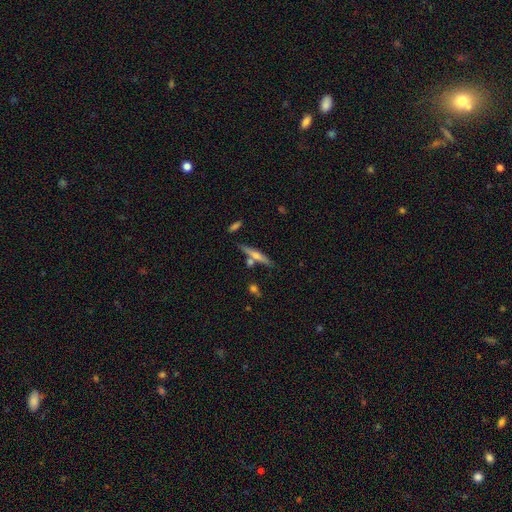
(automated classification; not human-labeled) This appears to be a featured or disk galaxy (50%) viewed edge-on (93%). Merging: none (73%).